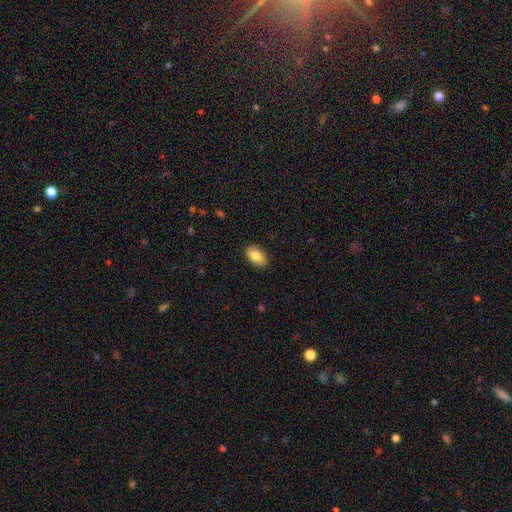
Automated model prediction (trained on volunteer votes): This appears to be a smooth galaxy with no disk features (82%) that is in between round and cigar-shaped (92%). Merging: none (87%).